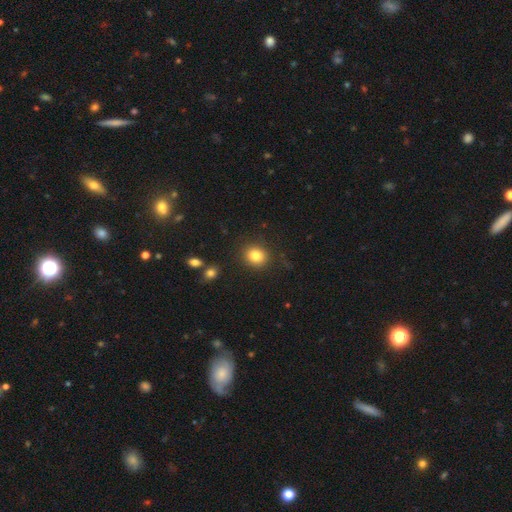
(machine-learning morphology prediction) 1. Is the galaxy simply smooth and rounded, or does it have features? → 83% smooth, 11% star or artifact, 7% featured or disk.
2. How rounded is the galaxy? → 74% round, 25% in between, 1% cigar-shaped.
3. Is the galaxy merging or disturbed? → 87% none, 8% minor disturbance, 3% major disturbance, 2% merger.